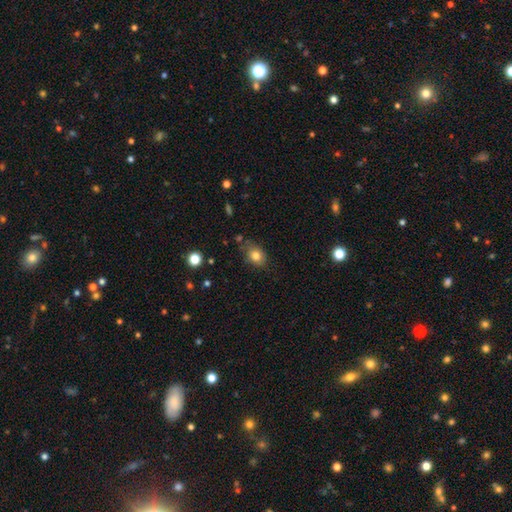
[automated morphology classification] This appears to be a smooth galaxy with no disk features (80%) that is in between round and cigar-shaped (61%). Merging: none (70%).